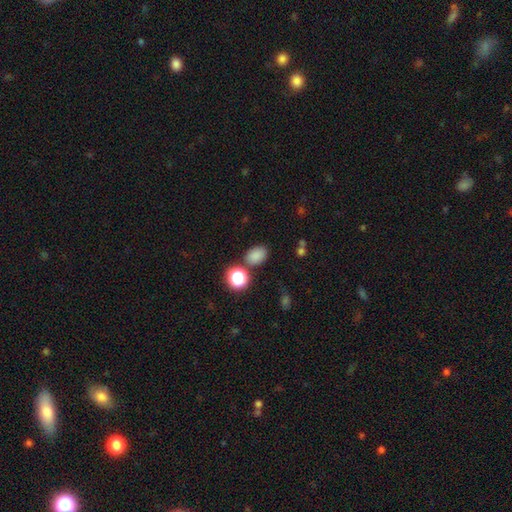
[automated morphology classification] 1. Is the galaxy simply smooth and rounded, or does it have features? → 80% smooth, 15% star or artifact, 5% featured or disk.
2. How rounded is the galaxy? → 69% in between, 30% round, 1% cigar-shaped.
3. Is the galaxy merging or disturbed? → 76% none, 12% minor disturbance, 8% merger, 4% major disturbance.